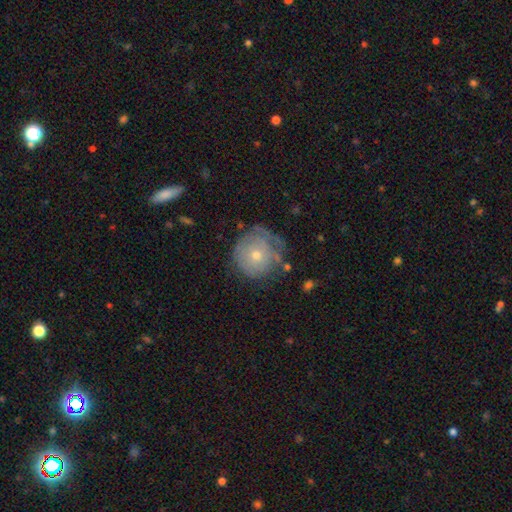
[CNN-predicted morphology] This appears to be a smooth galaxy with no disk features (46%). Merging: none (63%).